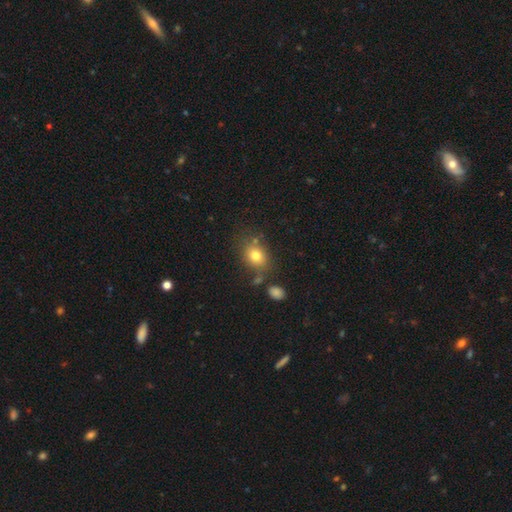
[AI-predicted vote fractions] Smooth or featured? Predicted: smooth (p=0.78). How rounded? Predicted: in between (p=0.52). Merging? Predicted: none (p=0.69).